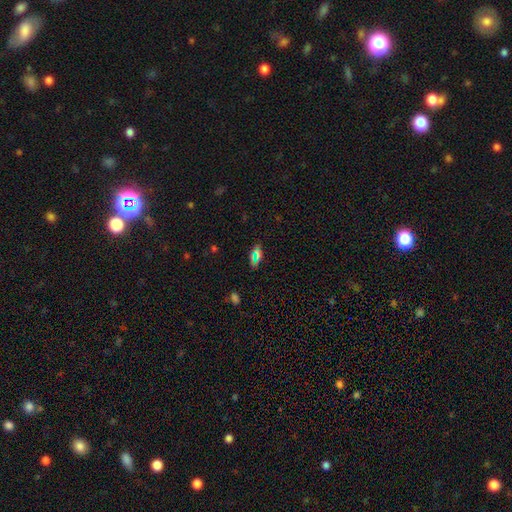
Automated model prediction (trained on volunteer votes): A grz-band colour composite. It shows a smooth galaxy with no disk features (58%) that is in between round and cigar-shaped (84%). Merging: none (80%).